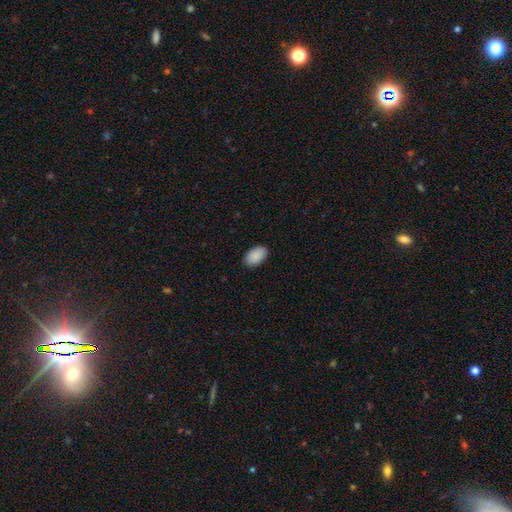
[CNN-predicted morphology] Smooth or featured?
  - smooth: 91% *
  - star or artifact: 6%
  - featured or disk: 3%
How rounded?
  - in between: 93% *
  - round: 5%
  - cigar-shaped: 1%
Merging?
  - none: 88% *
  - minor disturbance: 9%
  - major disturbance: 2%
  - merger: 1%